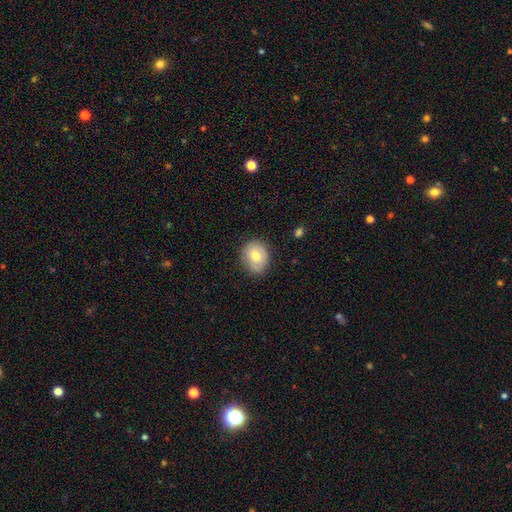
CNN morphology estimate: This appears to be a smooth galaxy with no disk features (71%) that is round (61%). Merging: none (76%).